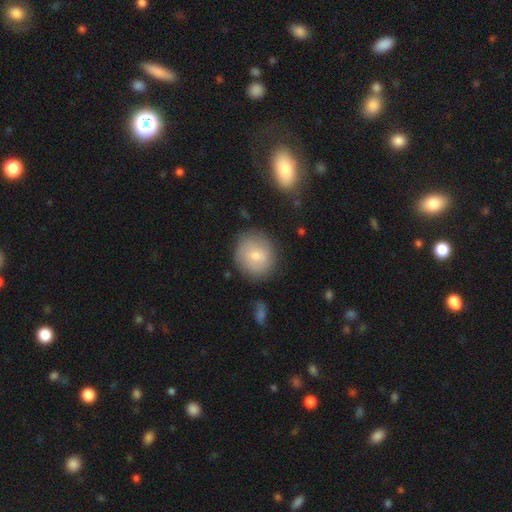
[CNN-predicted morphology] Q: Smooth or featured?
A: smooth (70%); runner-up: featured or disk (23%)
Q: How rounded?
A: round (86%); runner-up: in between (13%)
Q: Merging?
A: none (78%); runner-up: minor disturbance (15%)